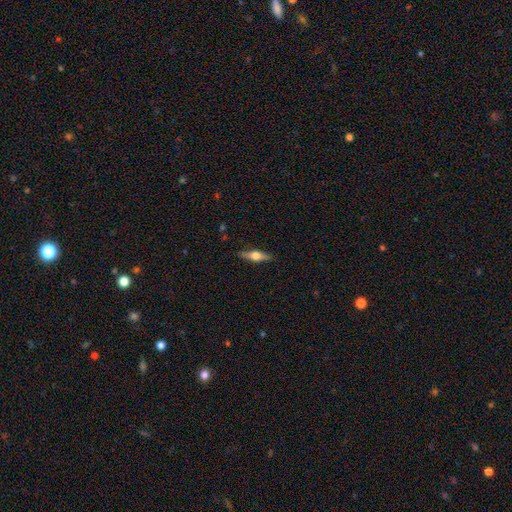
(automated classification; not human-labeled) Smooth or featured? featured or disk (58%)
Edge-on disk? yes (95%)
Edge-on bulge? rounded (94%)
Merging? none (89%)